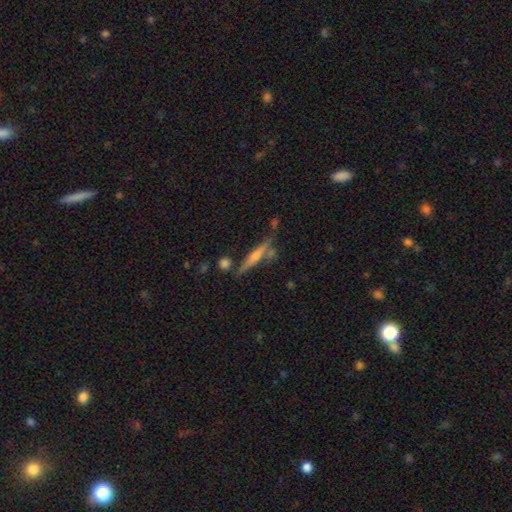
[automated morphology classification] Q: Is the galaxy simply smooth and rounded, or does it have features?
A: featured or disk — 65%.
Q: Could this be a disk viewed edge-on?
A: yes — 96%.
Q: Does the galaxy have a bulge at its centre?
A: rounded — 74%.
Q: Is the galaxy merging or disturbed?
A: none — 72%.